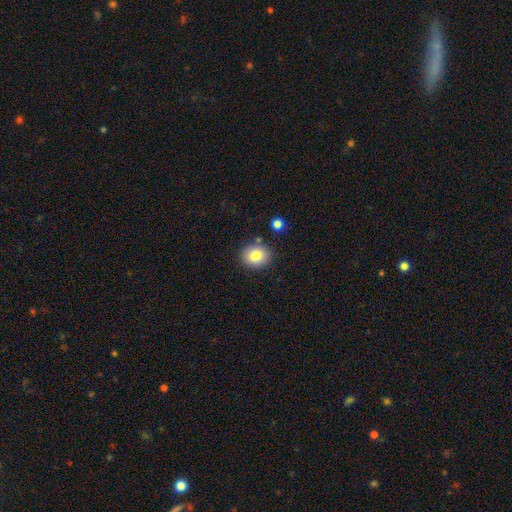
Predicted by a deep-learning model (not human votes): Smooth or featured: smooth — 83% (star or artifact — 9%)
How rounded: round — 62% (in between — 37%)
Merging: none — 83% (minor disturbance — 10%)